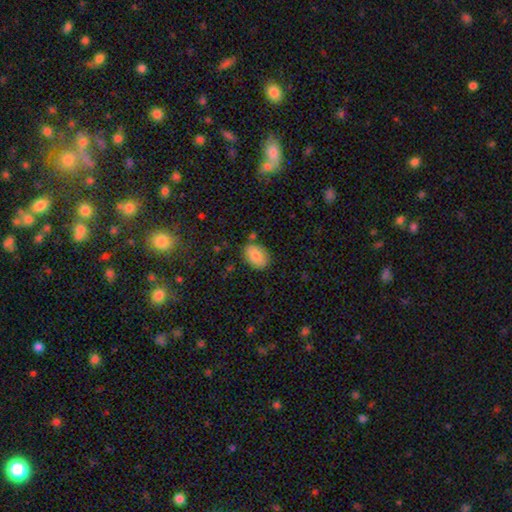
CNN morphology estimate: A smooth galaxy with no disk features (87%) that is in between round and cigar-shaped (82%). Merging: none (78%).